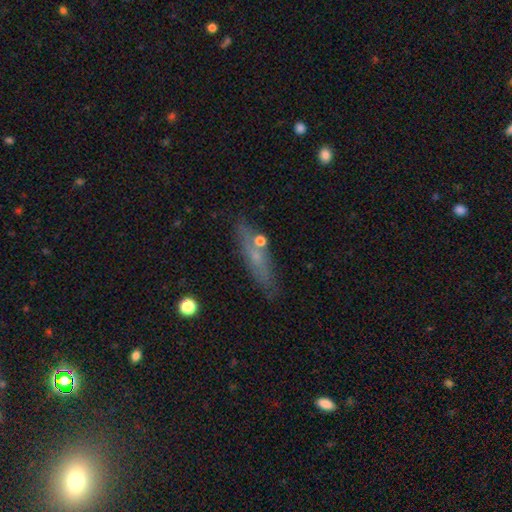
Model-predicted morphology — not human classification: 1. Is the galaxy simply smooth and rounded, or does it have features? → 51% smooth, 38% featured or disk, 11% star or artifact.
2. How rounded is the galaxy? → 75% cigar-shaped, 21% in between, 4% round.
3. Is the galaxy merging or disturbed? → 79% none, 12% minor disturbance, 5% merger, 3% major disturbance.